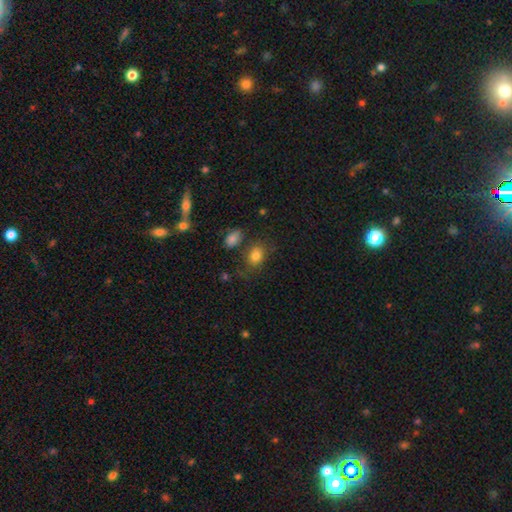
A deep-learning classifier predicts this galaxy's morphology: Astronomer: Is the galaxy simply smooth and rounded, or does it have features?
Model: smooth — 81%.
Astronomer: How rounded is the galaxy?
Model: in between — 70%.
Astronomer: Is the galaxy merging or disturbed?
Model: none — 64%.